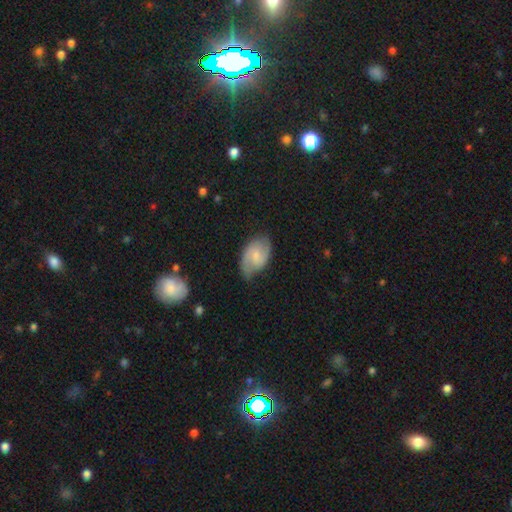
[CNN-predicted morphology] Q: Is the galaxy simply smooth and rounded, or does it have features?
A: featured or disk — 69%.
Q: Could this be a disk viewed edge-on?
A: no — 97%.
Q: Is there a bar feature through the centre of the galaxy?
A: no — 54%.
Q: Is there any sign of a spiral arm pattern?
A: yes — 93%.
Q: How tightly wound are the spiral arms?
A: medium — 50%.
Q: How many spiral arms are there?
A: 2 — 85%.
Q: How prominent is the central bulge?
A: small — 61%.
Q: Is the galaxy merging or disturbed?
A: none — 71%.